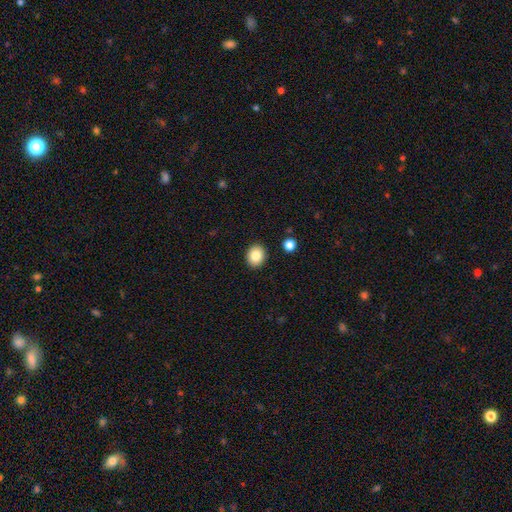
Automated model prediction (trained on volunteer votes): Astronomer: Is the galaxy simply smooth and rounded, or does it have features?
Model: smooth — 84%.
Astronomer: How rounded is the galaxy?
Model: round — 58% (runner-up: in between, 41%).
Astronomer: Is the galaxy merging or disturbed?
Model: none — 91%.